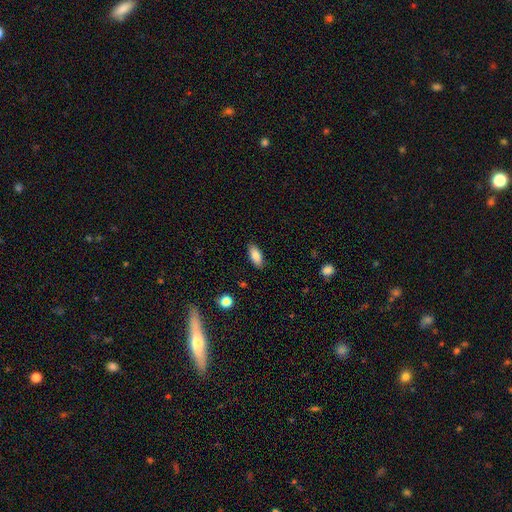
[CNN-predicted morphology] smooth_or_featured: smooth (p=0.85) [alt: featured or disk p=0.08]
how_rounded: in between (p=0.87) [alt: cigar-shaped p=0.11]
merging: none (p=0.87) [alt: minor disturbance p=0.10]